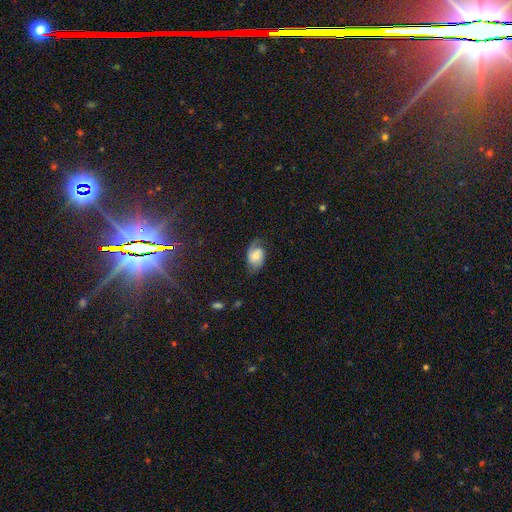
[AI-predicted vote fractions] A smooth galaxy with no disk features (49%).

Vote fractions:
- Smooth or featured? smooth: 49% / featured or disk: 42% / star or artifact: 9%
- Merging? none: 63% / minor disturbance: 26% / major disturbance: 10% / merger: 1%